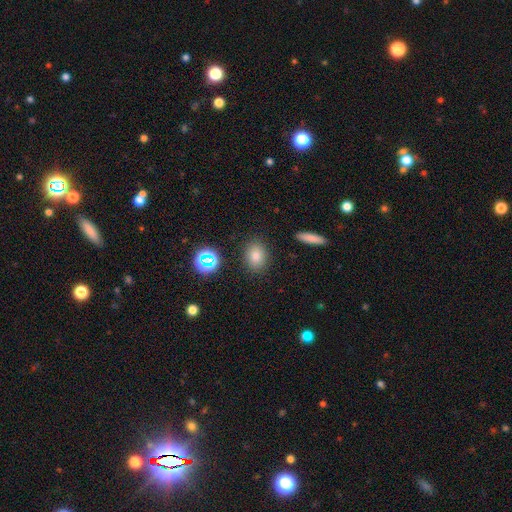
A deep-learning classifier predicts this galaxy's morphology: type=smooth (78%); roundness=in between (61%); merging=none (86%).